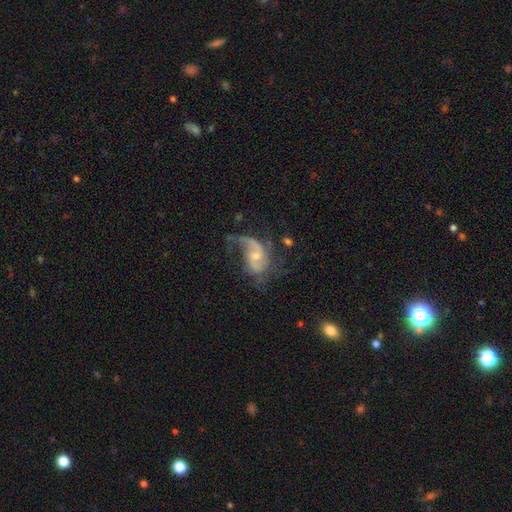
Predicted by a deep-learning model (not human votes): The model was most divided on "merging": none: 38%, major disturbance: 35%, minor disturbance: 22%, merger: 5%. More confident: edge-on disk — no (97%); spiral arms — yes (90%); smooth or featured — featured or disk (79%); spiral winding — loose (59%); spiral arm count — 2 (54%); bulge size — small (54%); bar — no (53%).